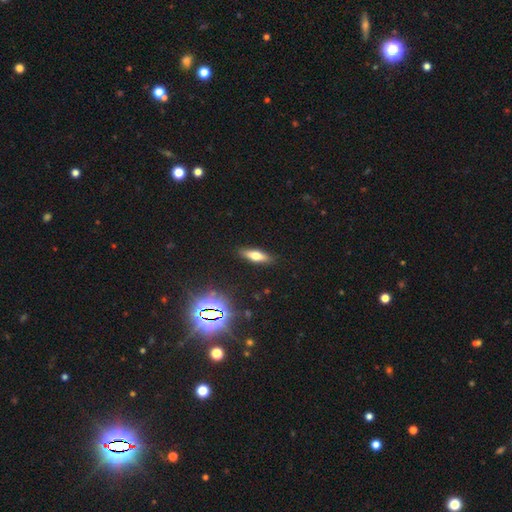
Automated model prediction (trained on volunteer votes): Q: Smooth or featured?
A: smooth (58%); runner-up: featured or disk (30%)
Q: How rounded?
A: cigar-shaped (51%); runner-up: in between (46%)
Q: Merging?
A: none (88%); runner-up: minor disturbance (9%)